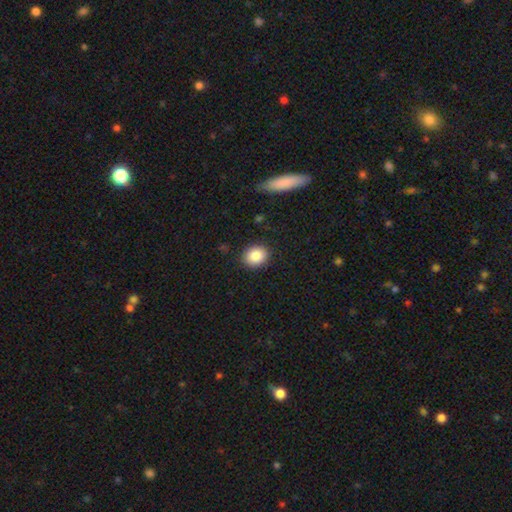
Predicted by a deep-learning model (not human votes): This appears to be a smooth galaxy with no disk features (86%) that is round (61%). Merging: none (88%).